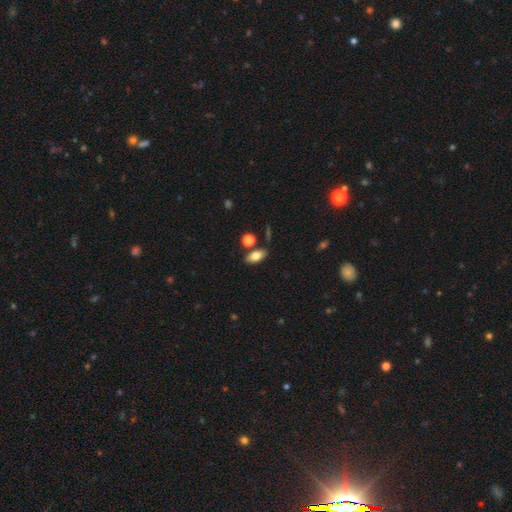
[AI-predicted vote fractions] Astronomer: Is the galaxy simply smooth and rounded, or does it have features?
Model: smooth — 79%.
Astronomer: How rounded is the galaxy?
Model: in between — 89%.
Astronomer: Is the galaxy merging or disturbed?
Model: none — 77%.